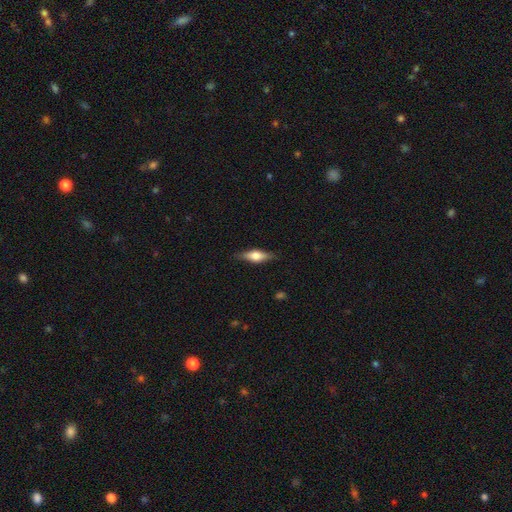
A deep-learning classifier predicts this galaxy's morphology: A featured or disk galaxy (50%) viewed edge-on (94%).

Vote fractions:
- Smooth or featured? featured or disk: 50% / smooth: 43% / star or artifact: 7%
- Edge-on disk? yes: 94% / no: 6%
- Merging? none: 85% / minor disturbance: 11% / major disturbance: 2% / merger: 1%